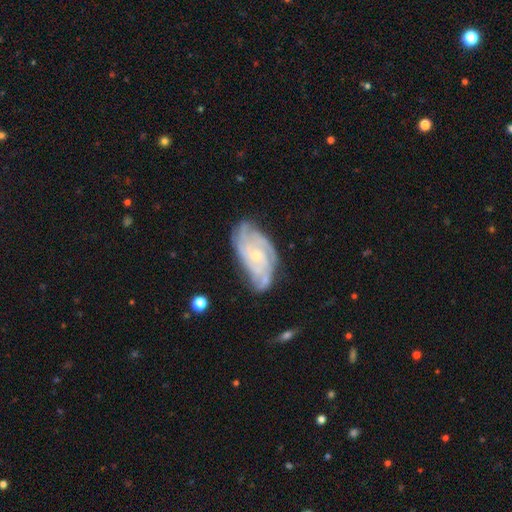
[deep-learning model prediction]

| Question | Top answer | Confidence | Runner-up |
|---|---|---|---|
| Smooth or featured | featured or disk | 81% | smooth (12%) |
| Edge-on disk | no | 95% | yes (5%) |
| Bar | no | 72% | weak (23%) |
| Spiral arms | yes | 95% | no (5%) |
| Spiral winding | tight | 65% | medium (29%) |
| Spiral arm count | can't tell | 32% | 4 (24%) |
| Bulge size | small | 71% | moderate (24%) |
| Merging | none | 64% | minor disturbance (25%) |